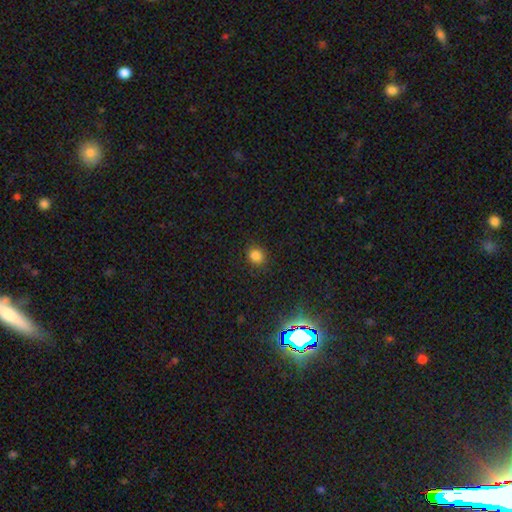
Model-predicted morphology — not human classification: This appears to be a smooth galaxy with no disk features (81%) that is round (76%). Merging: none (87%).